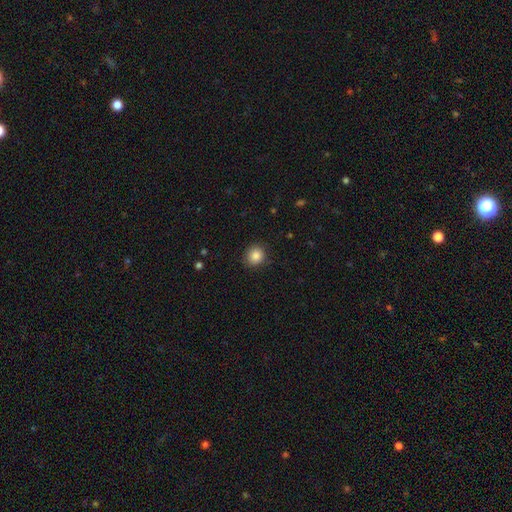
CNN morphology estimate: The model was most divided on "how rounded": round: 81%, in between: 18%, cigar-shaped: 1%. More confident: merging — none (87%); smooth or featured — smooth (86%).